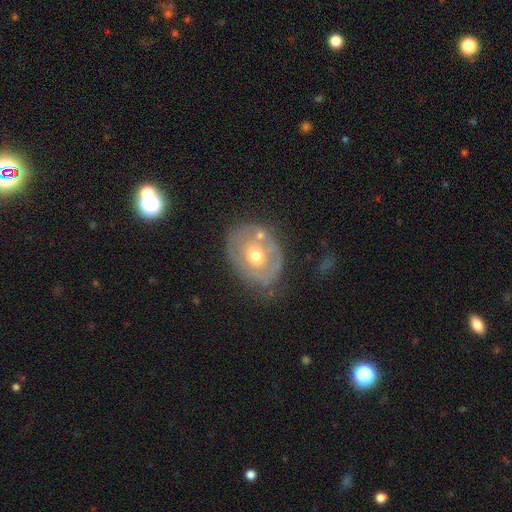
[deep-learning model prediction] featured or disk 58%, smooth 35%, star or artifact 7%. Down the decision tree: edge-on disk — no (94%); bar — no (81%); spiral arms — no (74%); bulge size — moderate (71%); merging — none (61%).